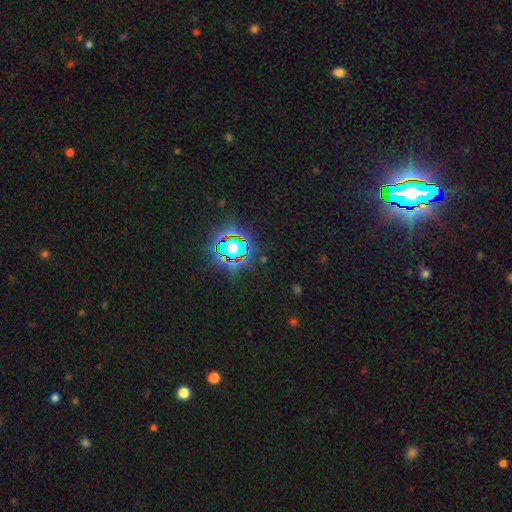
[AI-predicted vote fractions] Smooth or featured? Predicted: star or artifact (p=0.81).